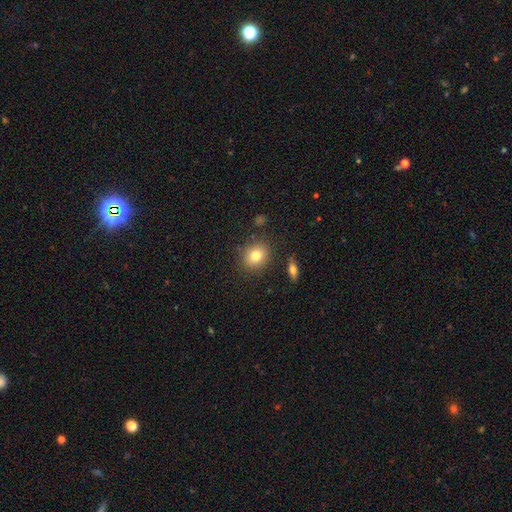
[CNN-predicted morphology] This appears to be a smooth galaxy with no disk features (79%) that is round (70%). Merging: none (84%).